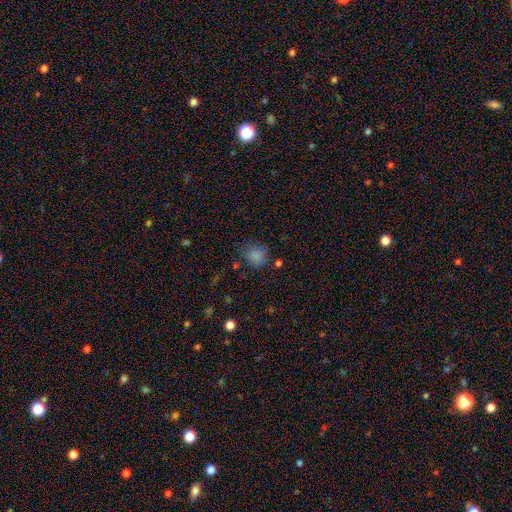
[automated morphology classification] A smooth galaxy with no disk features (80%) that is round (75%). Merging: none (65%).